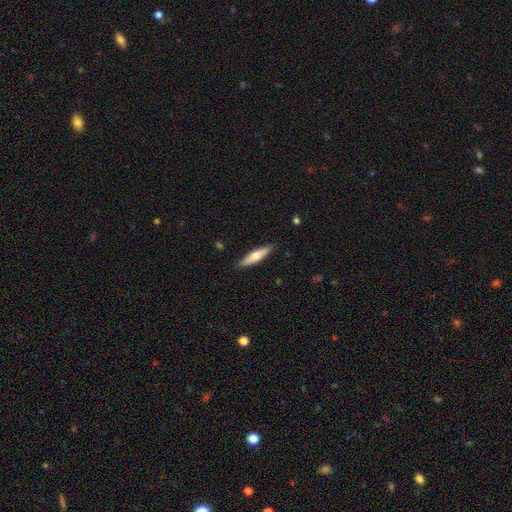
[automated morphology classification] Overall: smooth (54%; featured or disk 40%). How rounded: cigar-shaped (78%). Merging: none (88%).